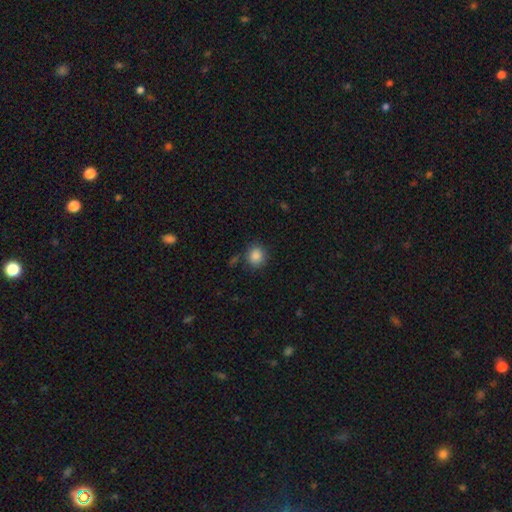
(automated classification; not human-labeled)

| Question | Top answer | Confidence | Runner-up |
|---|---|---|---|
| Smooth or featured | smooth | 87% | star or artifact (10%) |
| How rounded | round | 85% | in between (14%) |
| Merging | none | 82% | minor disturbance (11%) |